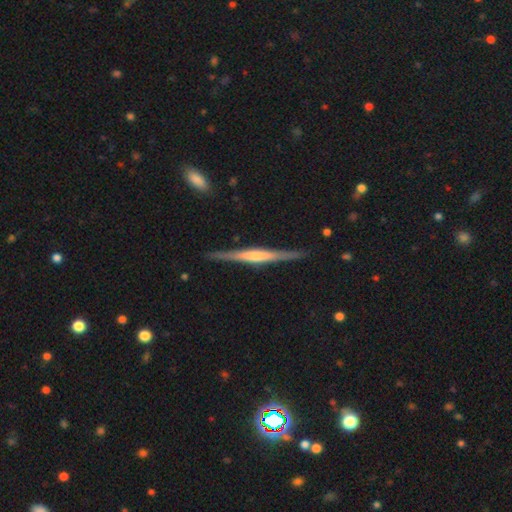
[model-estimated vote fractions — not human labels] Smooth or featured: featured or disk — 69% (smooth — 25%)
Edge-on disk: yes — 98% (no — 2%)
Edge-on bulge: rounded — 43% (none — 31%)
Merging: none — 88% (minor disturbance — 9%)